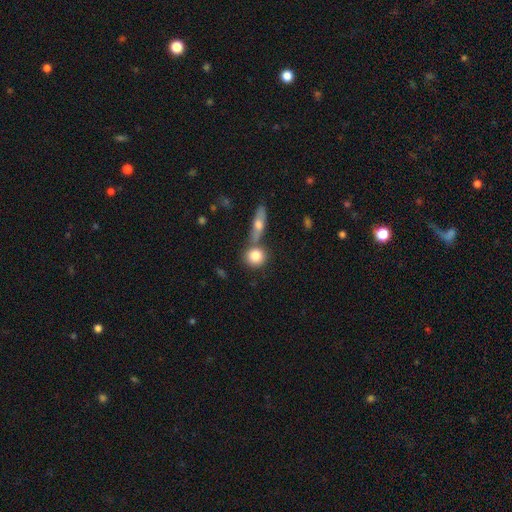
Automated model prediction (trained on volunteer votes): Smooth or featured? Predicted: smooth (p=0.79). How rounded? Predicted: round (p=0.76). Merging? Predicted: none (p=0.58).